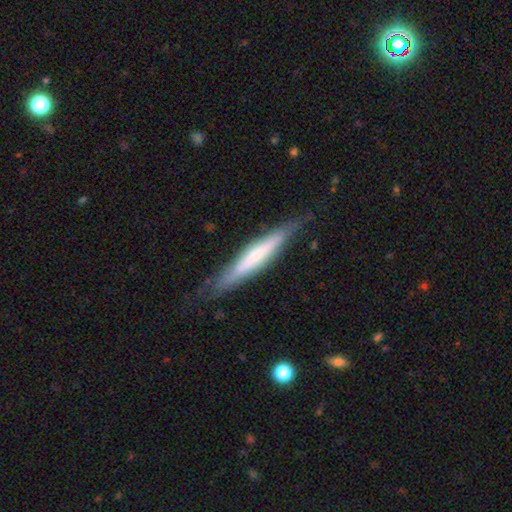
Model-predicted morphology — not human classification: Smooth or featured?
  - featured or disk: 50% *
  - smooth: 44%
  - star or artifact: 6%
Edge-on disk?
  - yes: 90% *
  - no: 10%
Merging?
  - none: 80% *
  - minor disturbance: 15%
  - major disturbance: 3%
  - merger: 1%